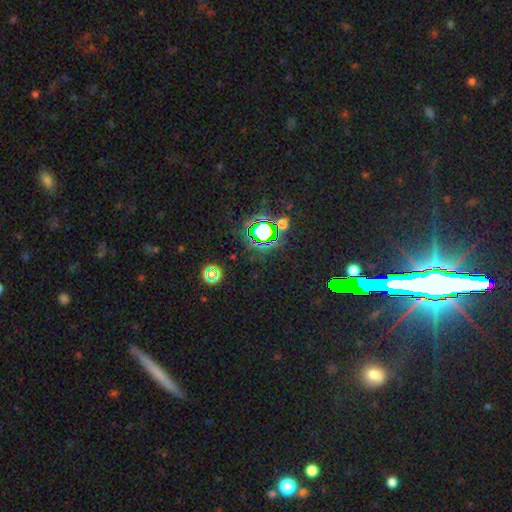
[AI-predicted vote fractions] Smooth or featured? Predicted: star or artifact (p=0.79).